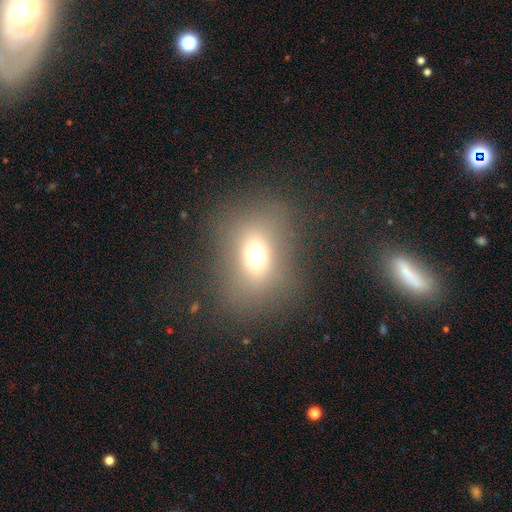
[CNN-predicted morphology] smooth-or-featured: smooth: 65% | star or artifact: 20% | featured or disk: 15%
  how-rounded: round: 52% | in between: 46% | cigar-shaped: 2%
  merging: none: 78% | minor disturbance: 12% | major disturbance: 9% | merger: 2%